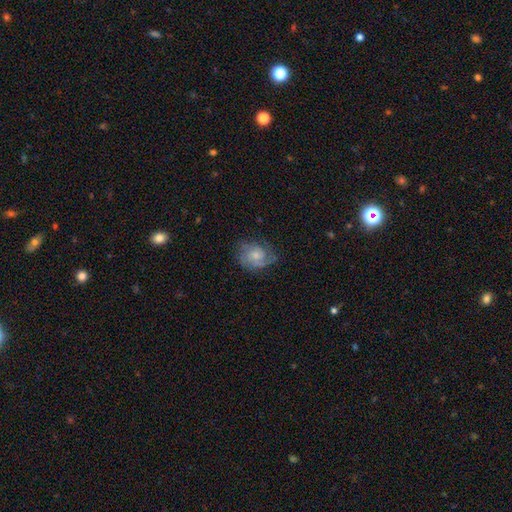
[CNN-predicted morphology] A featured or disk galaxy (68%) with no bar (74%), 2 (39%) tight (50%) spiral arms (91%) and a small central bulge (47%). Merging: none (65%).